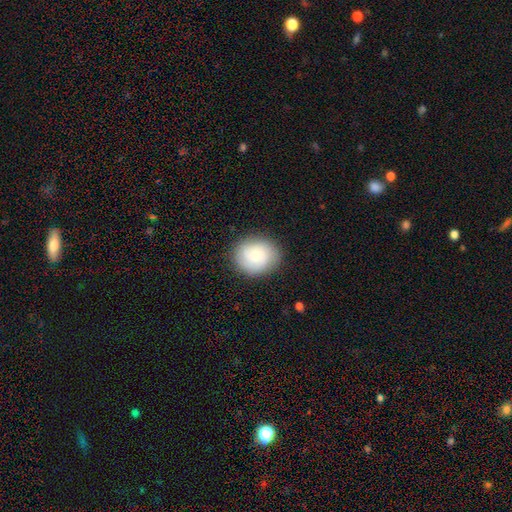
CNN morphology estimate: Smooth or featured: smooth — 65% (featured or disk — 27%)
How rounded: round — 70% (in between — 29%)
Merging: none — 84% (minor disturbance — 11%)